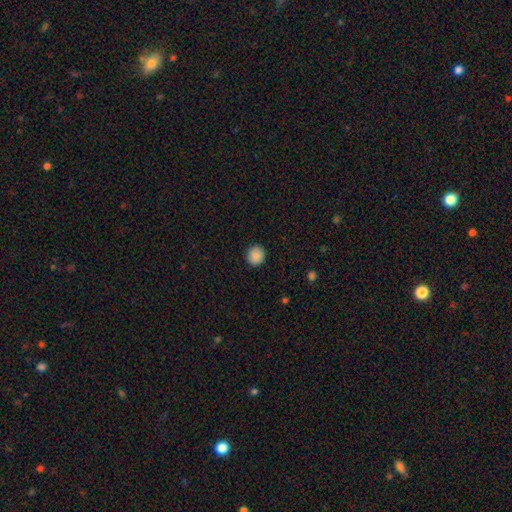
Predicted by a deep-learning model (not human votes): Smooth or featured? Predicted: smooth (p=0.88). How rounded? Predicted: round (p=0.89). Merging? Predicted: none (p=0.91).